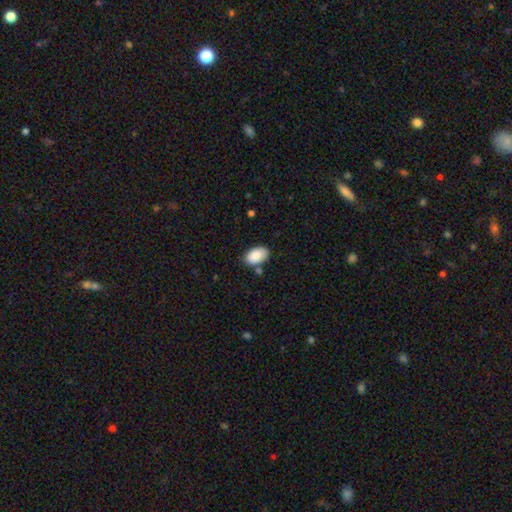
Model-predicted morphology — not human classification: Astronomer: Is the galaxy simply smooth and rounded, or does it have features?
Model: smooth — 88%.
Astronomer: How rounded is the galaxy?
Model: in between — 93%.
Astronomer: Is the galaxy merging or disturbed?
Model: none — 75%.